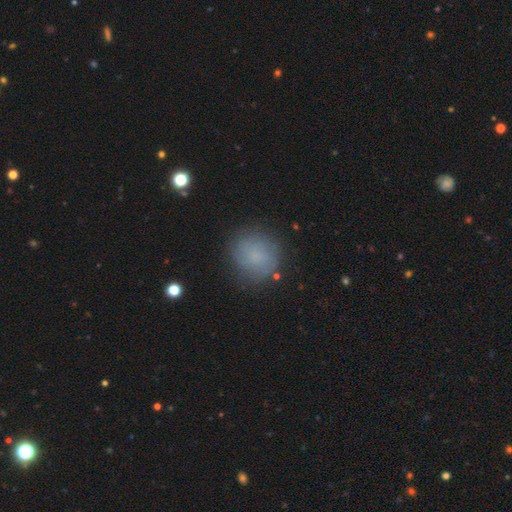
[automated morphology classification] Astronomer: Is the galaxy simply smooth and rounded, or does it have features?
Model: smooth — 77%.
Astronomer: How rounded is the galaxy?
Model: round — 86%.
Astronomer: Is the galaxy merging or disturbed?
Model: none — 81%.